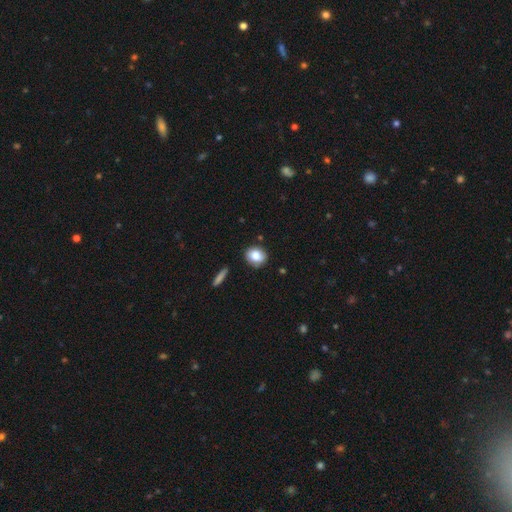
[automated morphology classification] Smooth or featured: smooth — 83% (featured or disk — 9%)
How rounded: round — 56% (in between — 42%)
Merging: none — 80% (minor disturbance — 14%)